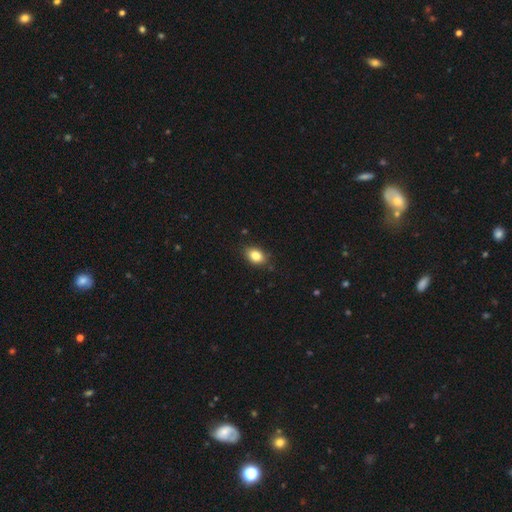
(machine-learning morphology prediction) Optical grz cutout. It shows a smooth galaxy with no disk features (85%) that is in between round and cigar-shaped (81%). Merging: none (82%).